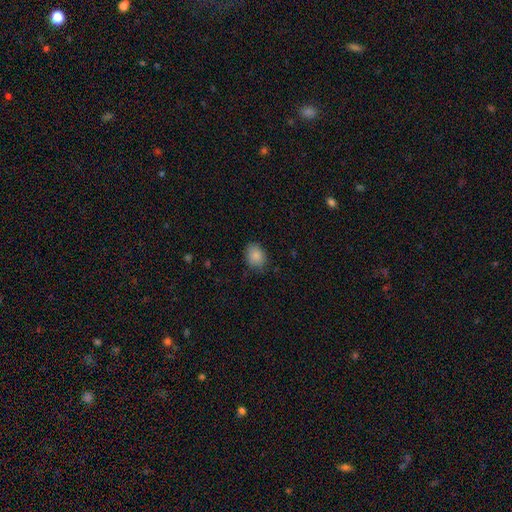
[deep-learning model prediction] Morphology: type=smooth (87%); roundness=in between (60%); merging=none (79%).